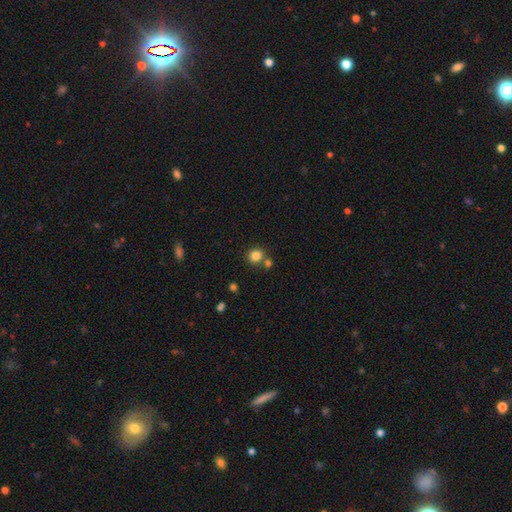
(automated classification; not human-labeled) The model was most divided on "merging": none: 71%, merger: 18%, minor disturbance: 8%, major disturbance: 3%. More confident: how rounded — round (88%); smooth or featured — smooth (83%).